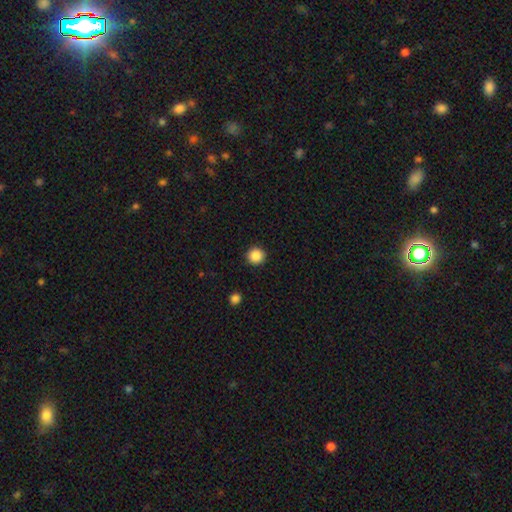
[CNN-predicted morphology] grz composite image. It shows a smooth galaxy with no disk features (87%) that is round (94%). Merging: none (93%).